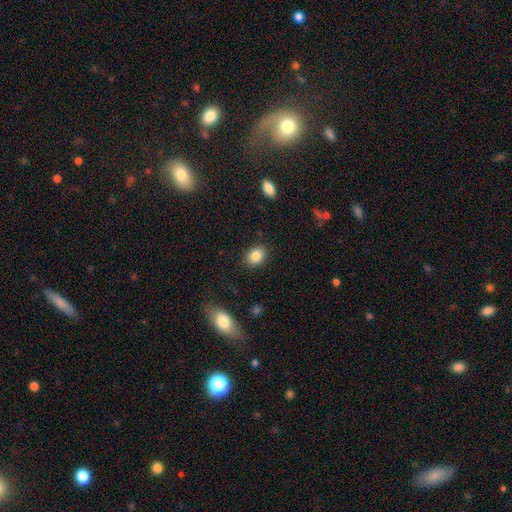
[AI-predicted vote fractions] Smooth or featured: smooth — 85% (star or artifact — 9%)
How rounded: in between — 61% (round — 38%)
Merging: none — 87% (minor disturbance — 9%)